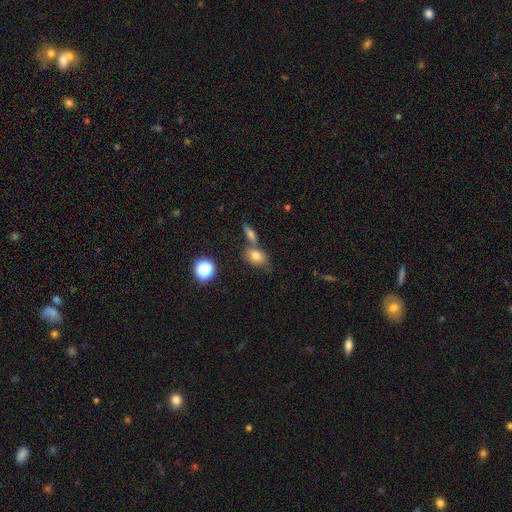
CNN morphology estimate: Smooth or featured? smooth (75%)
How rounded? in between (67%)
Merging? none (51%)